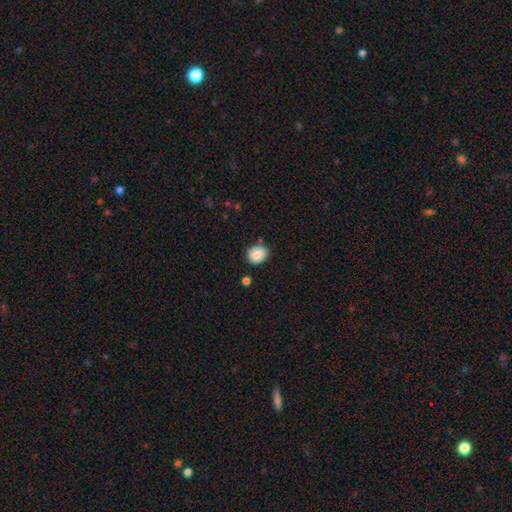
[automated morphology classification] Q: Smooth or featured?
A: smooth (85%); runner-up: star or artifact (8%)
Q: How rounded?
A: round (57%); runner-up: in between (42%)
Q: Merging?
A: none (76%); runner-up: minor disturbance (16%)